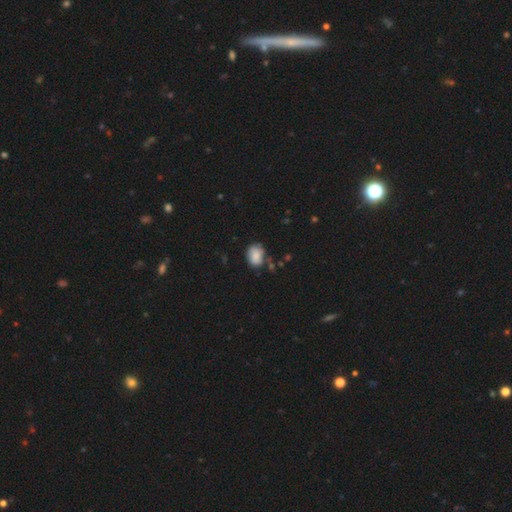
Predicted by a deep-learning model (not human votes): smooth_or_featured: smooth (p=0.84) [alt: star or artifact p=0.08]
how_rounded: in between (p=0.62) [alt: round p=0.36]
merging: none (p=0.59) [alt: minor disturbance p=0.27]